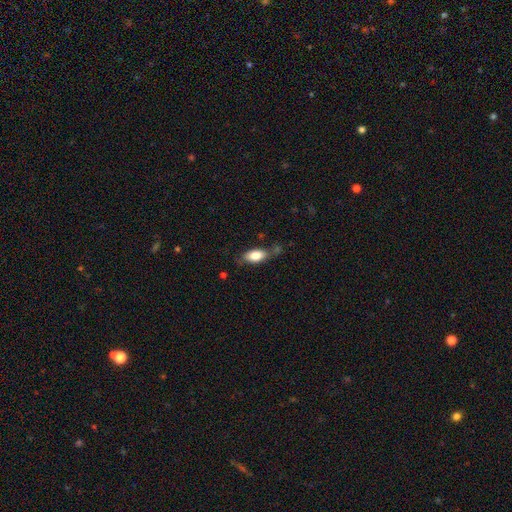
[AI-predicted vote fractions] This is likely a smooth galaxy (80%). How rounded: clearly in between (86%). Merging: likely none (65%).